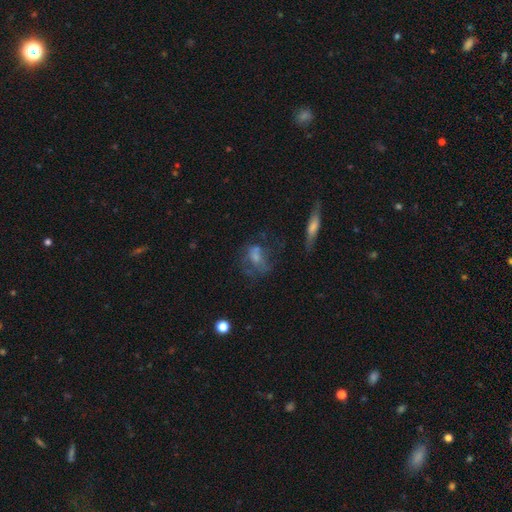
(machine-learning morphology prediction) Smooth or featured: featured or disk — 46% (smooth — 34%)
Merging: none — 50% (major disturbance — 23%)